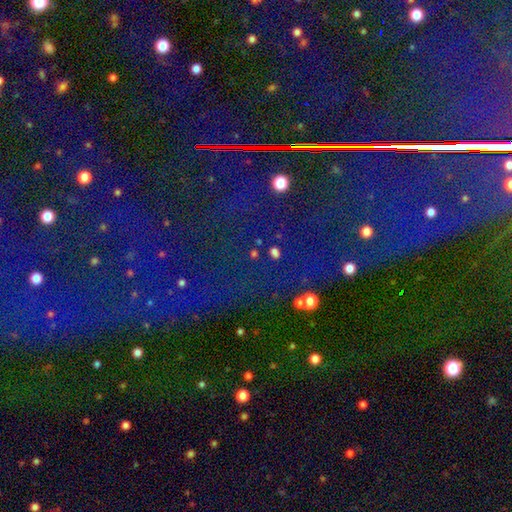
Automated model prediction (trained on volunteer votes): The model was most divided on "smooth or featured": star or artifact: 87%, smooth: 7%, featured or disk: 6%.